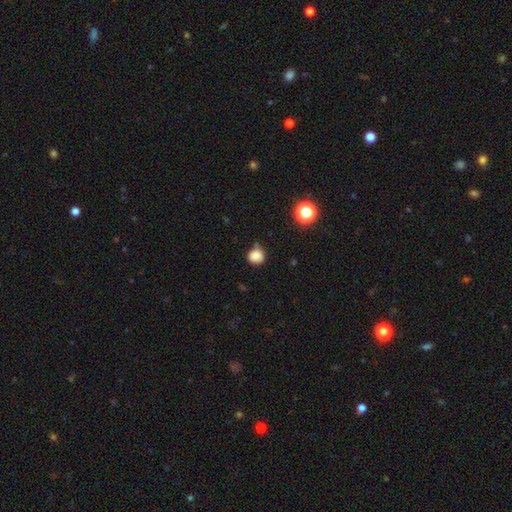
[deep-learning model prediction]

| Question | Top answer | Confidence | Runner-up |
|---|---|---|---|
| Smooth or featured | smooth | 84% | star or artifact (12%) |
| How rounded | round | 89% | in between (10%) |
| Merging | none | 74% | minor disturbance (19%) |